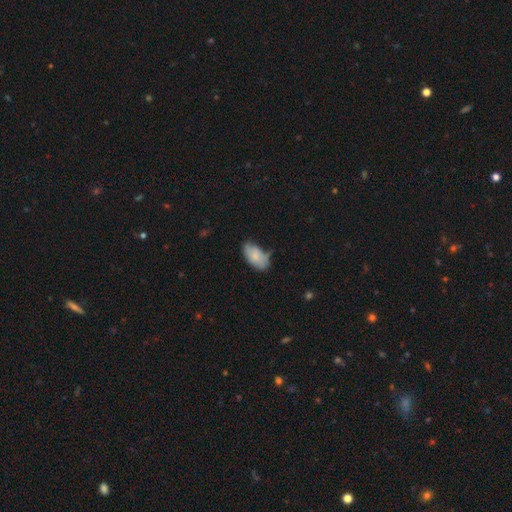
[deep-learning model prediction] Smooth or featured?
  - smooth: 77% *
  - featured or disk: 16%
  - star or artifact: 7%
How rounded?
  - in between: 94% *
  - round: 3%
  - cigar-shaped: 3%
Merging?
  - none: 45% *
  - minor disturbance: 39%
  - major disturbance: 11%
  - merger: 5%